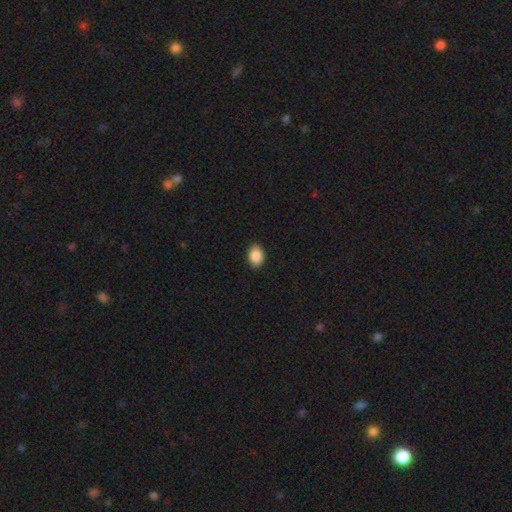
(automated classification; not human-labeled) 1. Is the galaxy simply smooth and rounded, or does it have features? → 88% smooth, 7% star or artifact, 5% featured or disk.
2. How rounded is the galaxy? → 81% in between, 18% round, 1% cigar-shaped.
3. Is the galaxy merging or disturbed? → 87% none, 10% minor disturbance, 2% major disturbance, 1% merger.